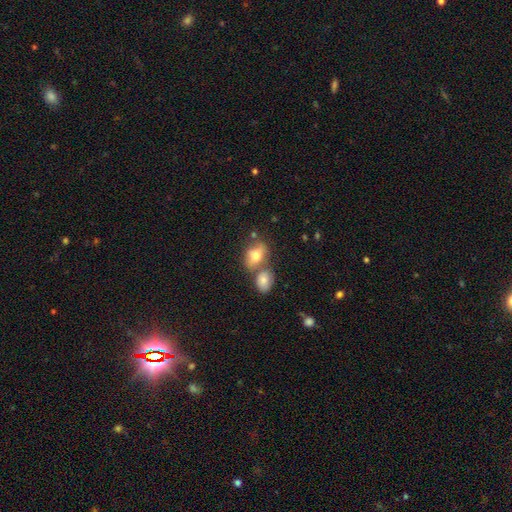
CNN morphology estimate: A smooth galaxy with no disk features (70%) that is in between round and cigar-shaped (77%). Merging: none (42%).